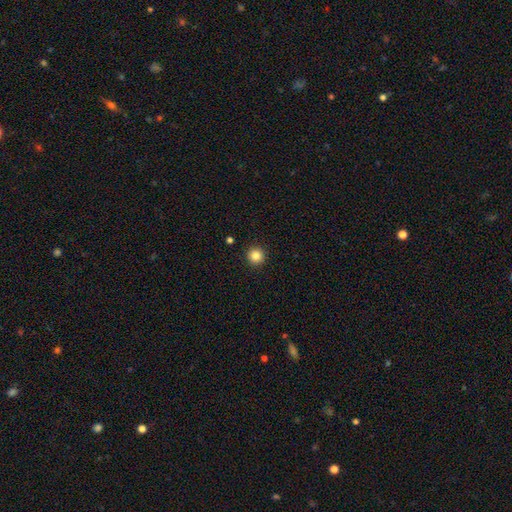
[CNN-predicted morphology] The model was most divided on "smooth or featured": smooth: 85%, star or artifact: 11%, featured or disk: 4%. More confident: how rounded — round (95%); merging — none (93%).